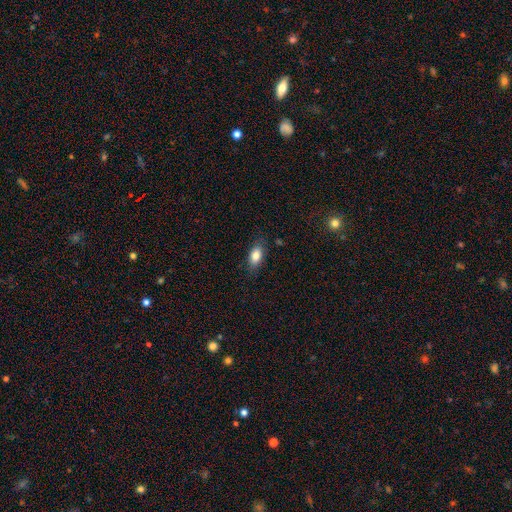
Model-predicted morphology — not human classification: A smooth galaxy with no disk features (82%) that is in between round and cigar-shaped (87%).

Vote fractions:
- Smooth or featured? smooth: 82% / featured or disk: 10% / star or artifact: 8%
- How rounded? in between: 87% / cigar-shaped: 7% / round: 6%
- Merging? none: 82% / minor disturbance: 13% / major disturbance: 3% / merger: 1%